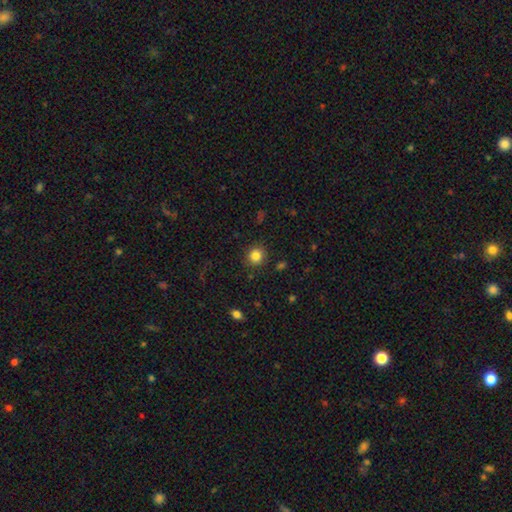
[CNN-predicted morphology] This appears to be a smooth galaxy with no disk features (84%) that is round (88%). Merging: none (88%).